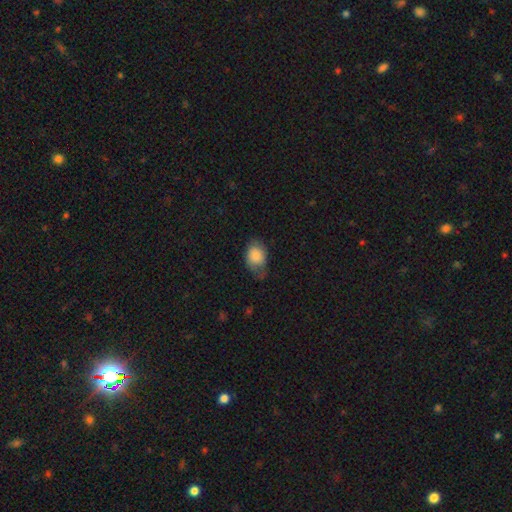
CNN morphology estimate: smooth-or-featured: smooth: 83% | featured or disk: 10% | star or artifact: 7%
  how-rounded: in between: 75% | round: 24% | cigar-shaped: 1%
  merging: none: 51% | minor disturbance: 34% | major disturbance: 13% | merger: 2%